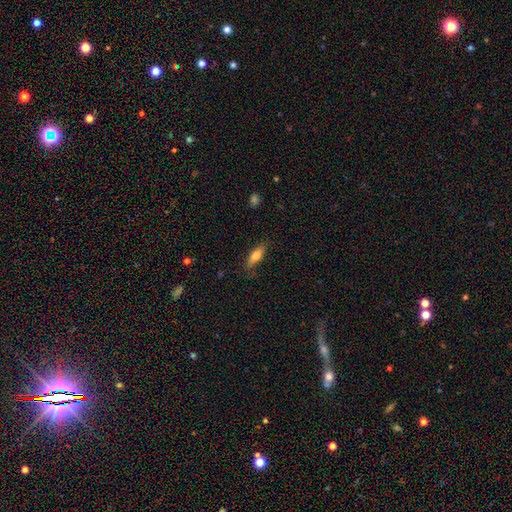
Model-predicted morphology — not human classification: This appears to be a smooth galaxy with no disk features (70%) that is in between round and cigar-shaped (55%). Merging: none (80%).